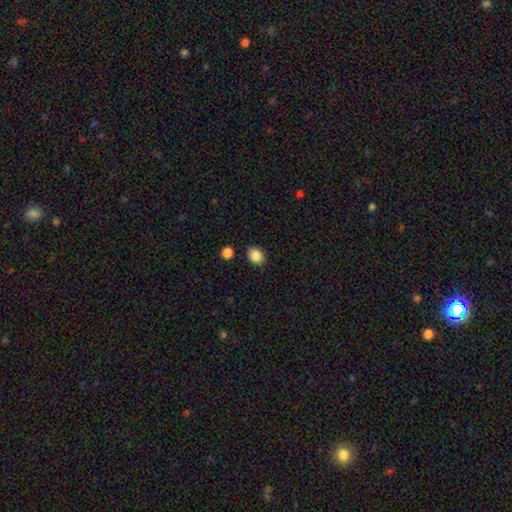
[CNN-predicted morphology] This is clearly a smooth galaxy (87%). How rounded: possibly in between (51%). Merging: clearly none (85%).